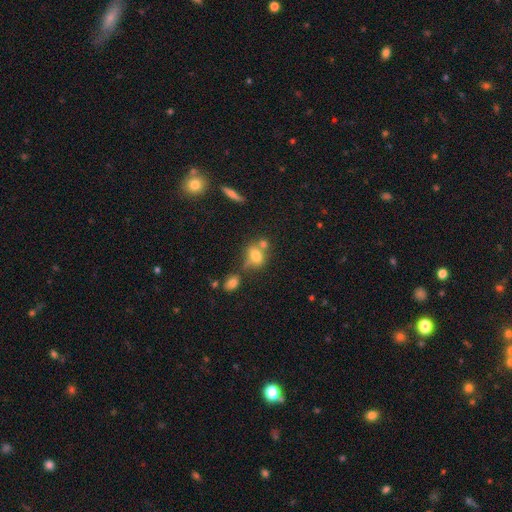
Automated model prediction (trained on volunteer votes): A smooth galaxy with no disk features (71%) that is in between round and cigar-shaped (58%). Merging: none (46%).